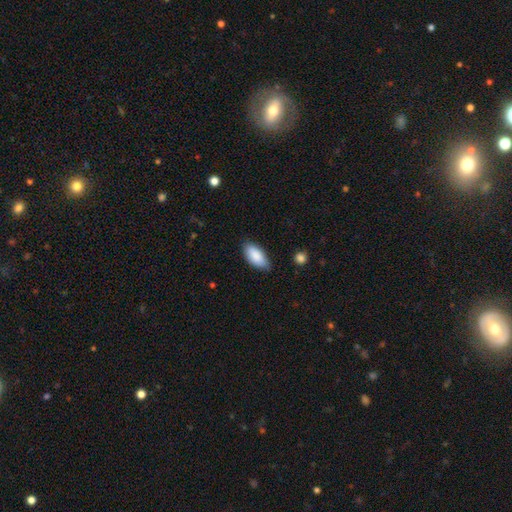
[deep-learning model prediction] smooth_or_featured: smooth (p=0.87) [alt: featured or disk p=0.07]
how_rounded: in between (p=0.89) [alt: cigar-shaped p=0.09]
merging: none (p=0.80) [alt: minor disturbance p=0.16]